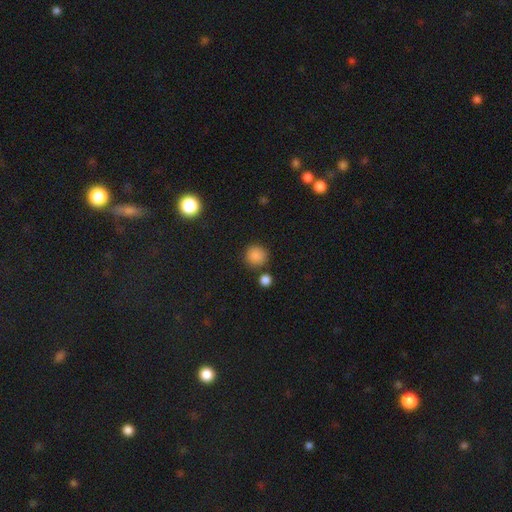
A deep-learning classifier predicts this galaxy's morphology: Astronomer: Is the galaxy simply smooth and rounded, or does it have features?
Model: smooth — 85%.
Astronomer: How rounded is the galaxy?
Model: round — 92%.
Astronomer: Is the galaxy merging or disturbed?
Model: none — 81%.